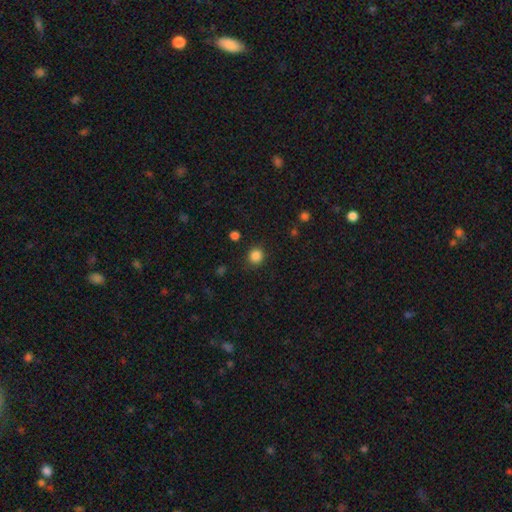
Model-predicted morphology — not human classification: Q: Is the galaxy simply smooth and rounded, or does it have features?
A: smooth — 85%.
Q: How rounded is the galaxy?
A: round — 90%.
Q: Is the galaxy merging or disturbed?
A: none — 89%.